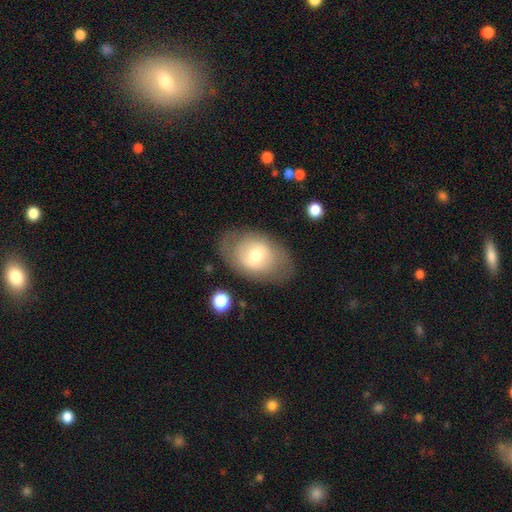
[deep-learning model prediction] This appears to be a smooth galaxy with no disk features (52%) that is in between round and cigar-shaped (78%). Merging: none (78%).